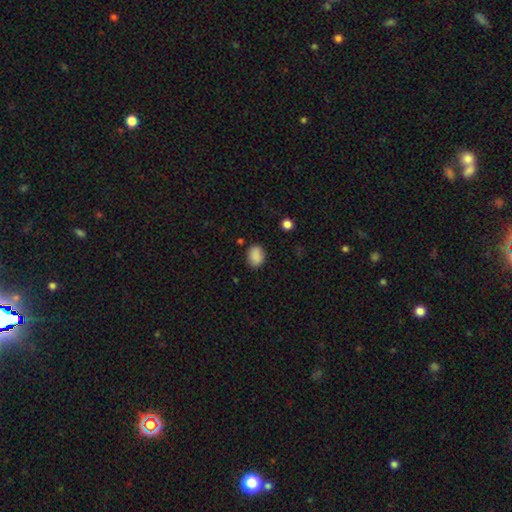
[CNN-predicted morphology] Smooth or featured?
  - smooth: 88% *
  - star or artifact: 8%
  - featured or disk: 4%
How rounded?
  - in between: 68% *
  - round: 31%
  - cigar-shaped: 1%
Merging?
  - none: 82% *
  - minor disturbance: 13%
  - major disturbance: 3%
  - merger: 2%